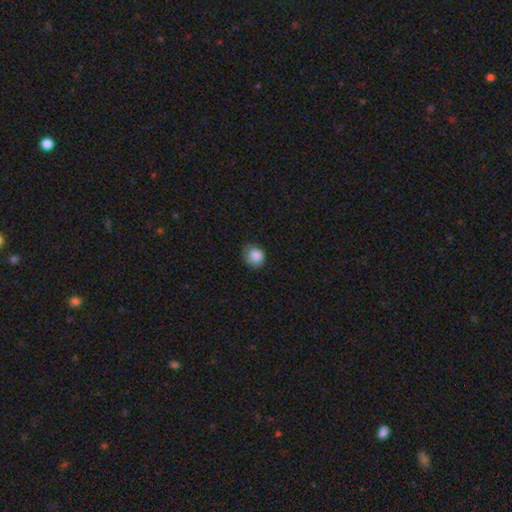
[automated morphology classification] Smooth or featured?
  - smooth: 86% *
  - star or artifact: 9%
  - featured or disk: 6%
How rounded?
  - round: 70% *
  - in between: 29%
  - cigar-shaped: 1%
Merging?
  - none: 62% *
  - minor disturbance: 30%
  - major disturbance: 7%
  - merger: 1%